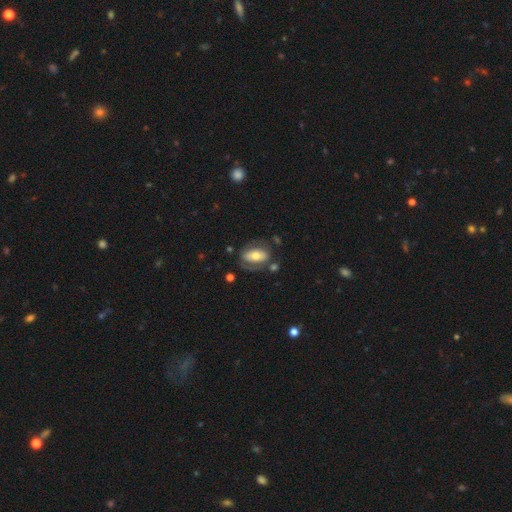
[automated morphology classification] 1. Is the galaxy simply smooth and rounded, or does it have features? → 48% smooth, 46% featured or disk, 6% star or artifact.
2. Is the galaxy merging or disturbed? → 59% none, 20% minor disturbance, 15% major disturbance, 6% merger.